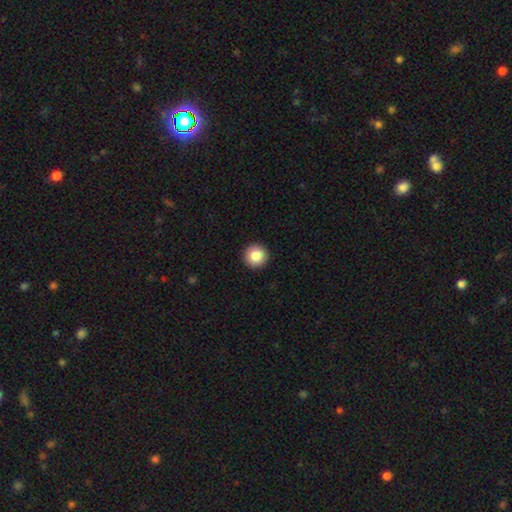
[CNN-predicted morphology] This is clearly a smooth galaxy (85%). How rounded: clearly round (96%). Merging: clearly none (94%).